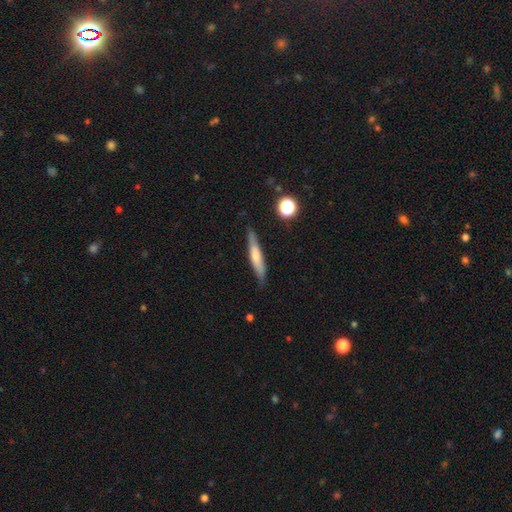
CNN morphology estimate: smooth-or-featured: smooth: 55% | featured or disk: 38% | star or artifact: 7%
  how-rounded: cigar-shaped: 89% | in between: 9% | round: 2%
  merging: none: 83% | minor disturbance: 13% | major disturbance: 2% | merger: 2%